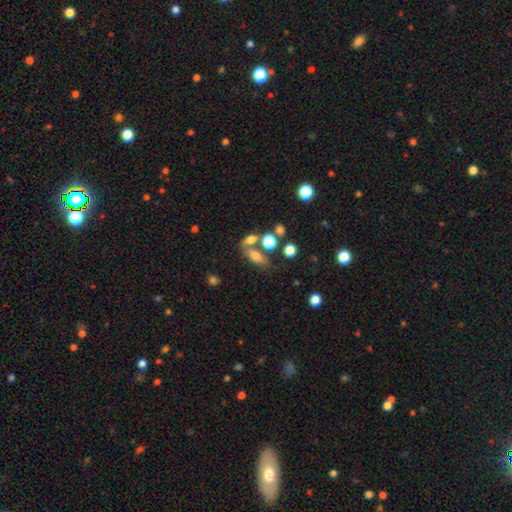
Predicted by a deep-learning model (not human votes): Q: Smooth or featured?
A: smooth (70%); runner-up: featured or disk (17%)
Q: How rounded?
A: in between (74%); runner-up: round (13%)
Q: Merging?
A: none (46%); runner-up: merger (33%)